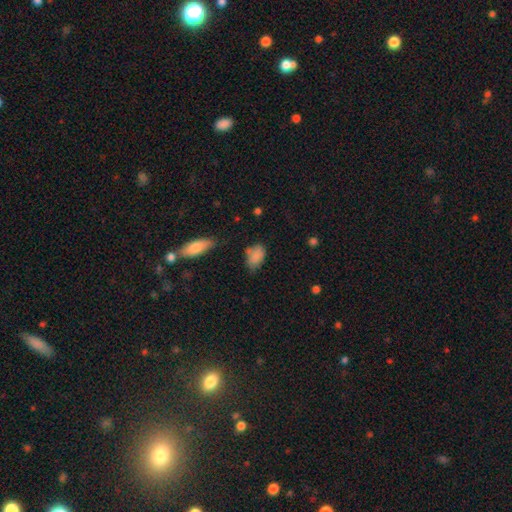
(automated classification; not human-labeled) Smooth or featured? Predicted: smooth (p=0.83). How rounded? Predicted: in between (p=0.86). Merging? Predicted: none (p=0.54).